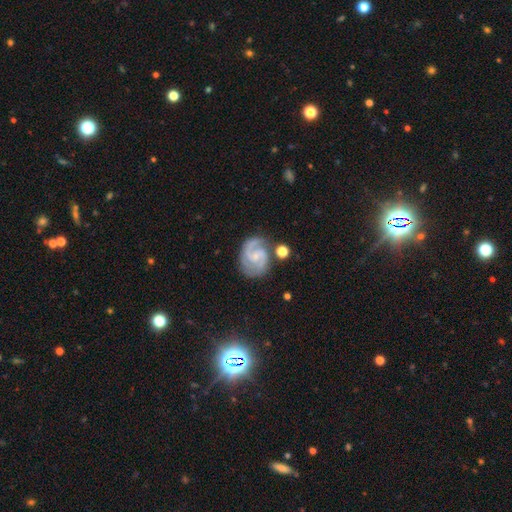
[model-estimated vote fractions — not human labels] A featured or disk galaxy (88%) with no bar (51%), 2 (76%) medium (51%) spiral arms (98%) and a small central bulge (71%). Merging: none (71%).